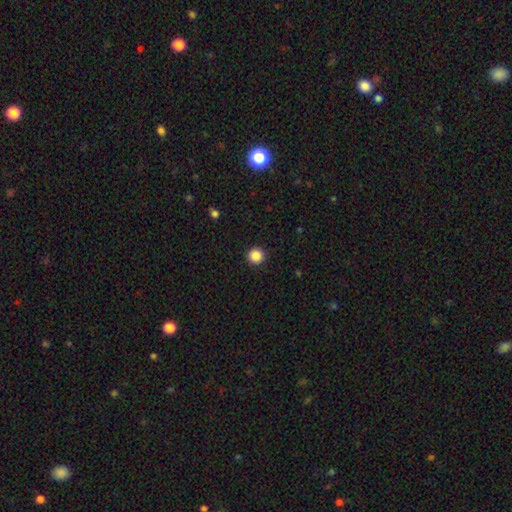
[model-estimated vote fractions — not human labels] This is clearly a smooth galaxy (86%). How rounded: clearly round (95%). Merging: clearly none (93%).